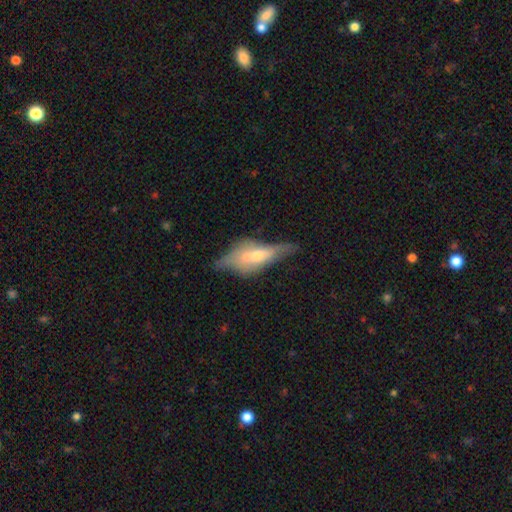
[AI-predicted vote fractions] Smooth or featured? featured or disk (52%)
Edge-on disk? yes (61%)
Merging? none (36%)